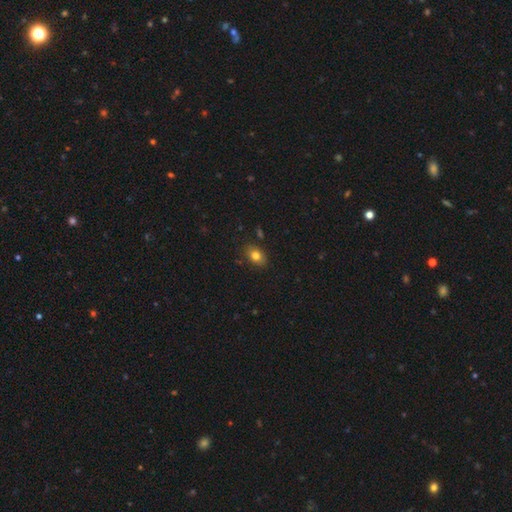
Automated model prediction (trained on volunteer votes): This is likely a smooth galaxy (79%). How rounded: likely in between (77%). Merging: clearly none (82%).